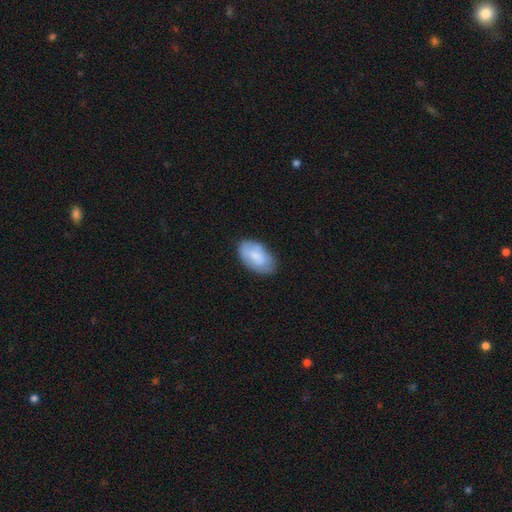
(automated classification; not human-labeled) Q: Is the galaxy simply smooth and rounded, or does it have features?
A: smooth — 72%.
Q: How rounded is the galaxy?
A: in between — 94%.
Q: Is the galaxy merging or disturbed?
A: none — 73%.